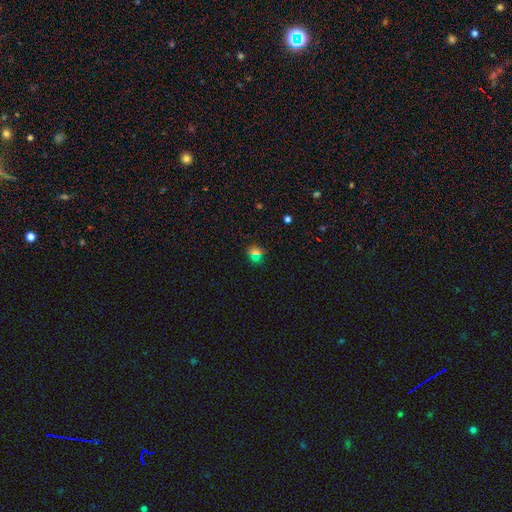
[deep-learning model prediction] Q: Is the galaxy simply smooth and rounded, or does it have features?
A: smooth — 59%.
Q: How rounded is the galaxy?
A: round — 76%.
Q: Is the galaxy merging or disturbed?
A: none — 84%.